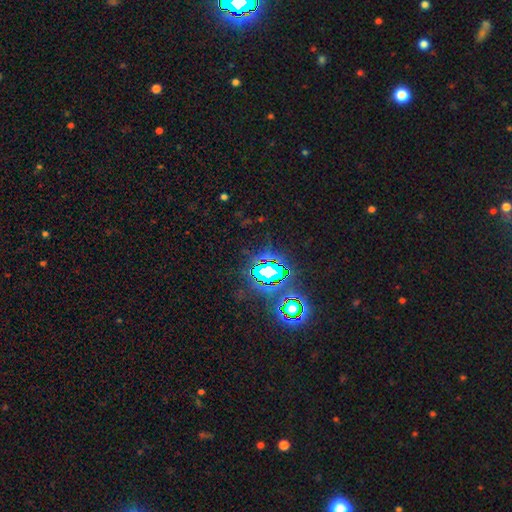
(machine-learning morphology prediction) A star or artifact, not a galaxy (80%).

Vote fractions:
- Smooth or featured? star or artifact: 80% / smooth: 13% / featured or disk: 7%